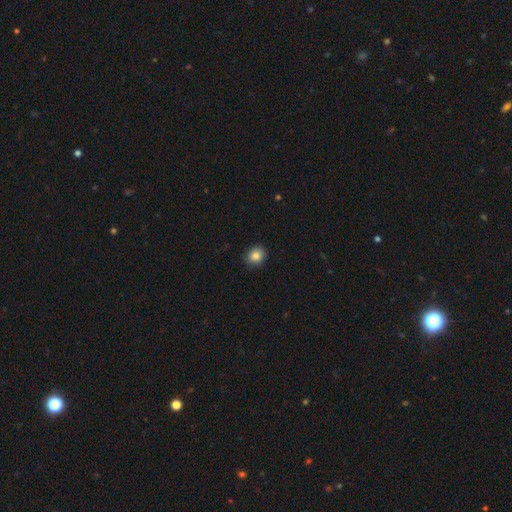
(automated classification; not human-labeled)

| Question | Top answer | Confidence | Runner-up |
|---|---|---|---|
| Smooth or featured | smooth | 85% | star or artifact (10%) |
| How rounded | round | 76% | in between (23%) |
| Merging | none | 89% | minor disturbance (8%) |